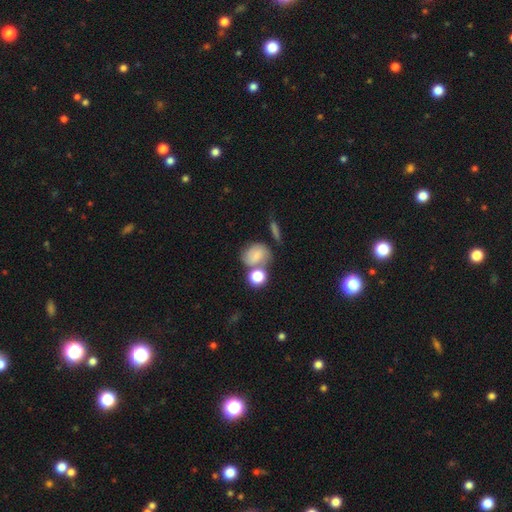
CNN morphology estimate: A smooth galaxy with no disk features (66%) that is in between round and cigar-shaped (49%, tied with round). Merging: none (44%).